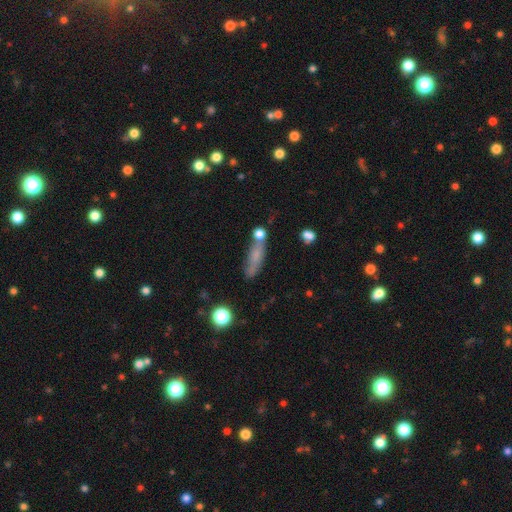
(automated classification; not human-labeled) Smooth or featured? Predicted: smooth (p=0.65). How rounded? Predicted: cigar-shaped (p=0.61). Merging? Predicted: none (p=0.61).